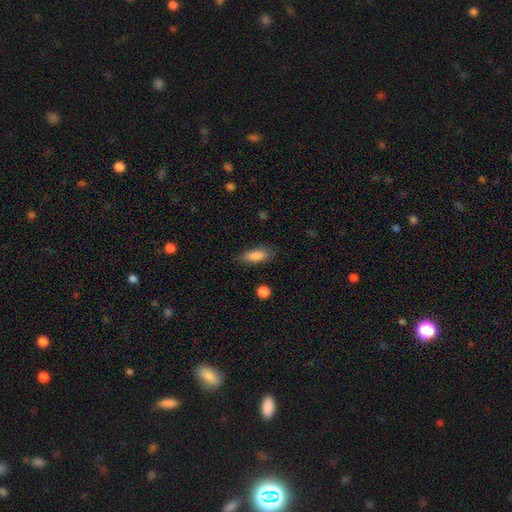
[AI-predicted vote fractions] smooth 84%, featured or disk 9%, star or artifact 7%. Down the decision tree: how rounded — in between (72%); merging — none (81%).